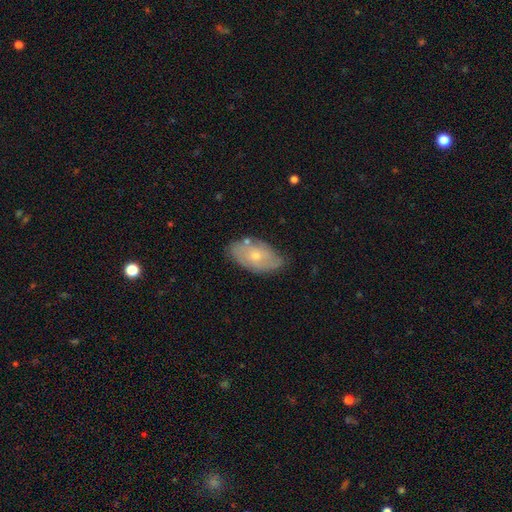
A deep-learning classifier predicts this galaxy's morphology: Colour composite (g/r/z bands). It shows a featured or disk galaxy (48%). Merging: none (68%).